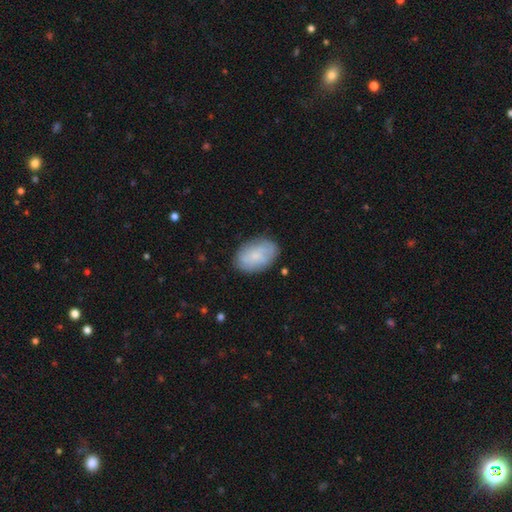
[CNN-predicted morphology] smooth-or-featured: smooth: 66% | featured or disk: 26% | star or artifact: 7%
  how-rounded: in between: 88% | round: 11% | cigar-shaped: 1%
  merging: none: 80% | minor disturbance: 15% | major disturbance: 4% | merger: 1%